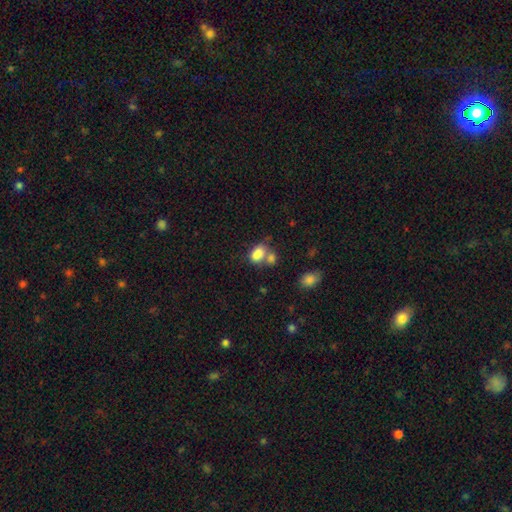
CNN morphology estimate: Q: Smooth or featured?
A: smooth (80%); runner-up: star or artifact (10%)
Q: How rounded?
A: in between (81%); runner-up: round (17%)
Q: Merging?
A: merger (48%); runner-up: none (33%)